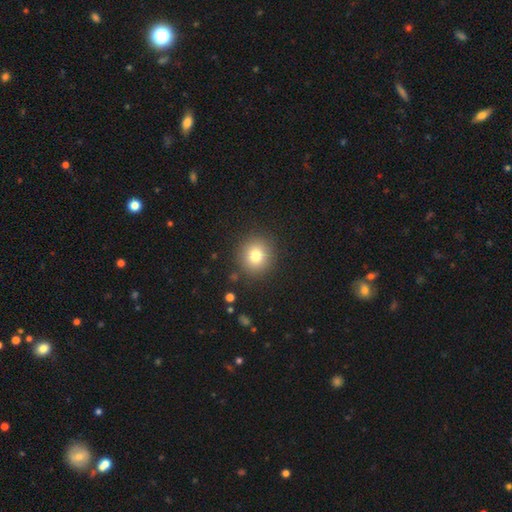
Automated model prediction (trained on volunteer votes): A smooth galaxy with no disk features (79%) that is round (90%). Merging: none (89%).